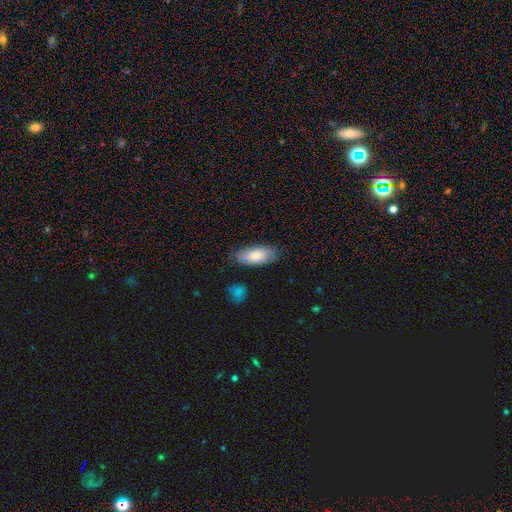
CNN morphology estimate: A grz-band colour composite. It shows a smooth galaxy with no disk features (78%) that is in between round and cigar-shaped (88%). Merging: none (77%).